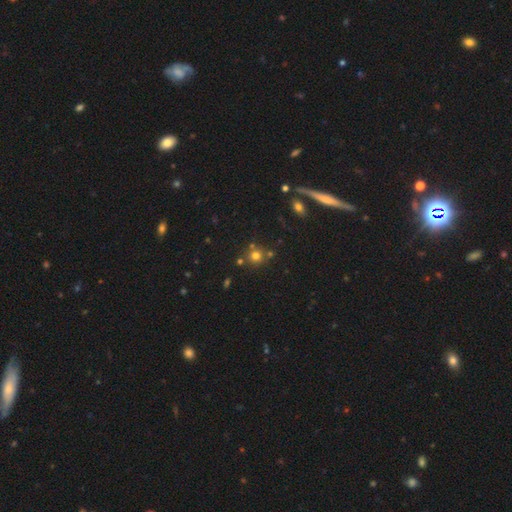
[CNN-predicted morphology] The model was most divided on "smooth or featured": smooth: 69%, star or artifact: 21%, featured or disk: 10%. More confident: how rounded — round (91%); merging — none (73%).